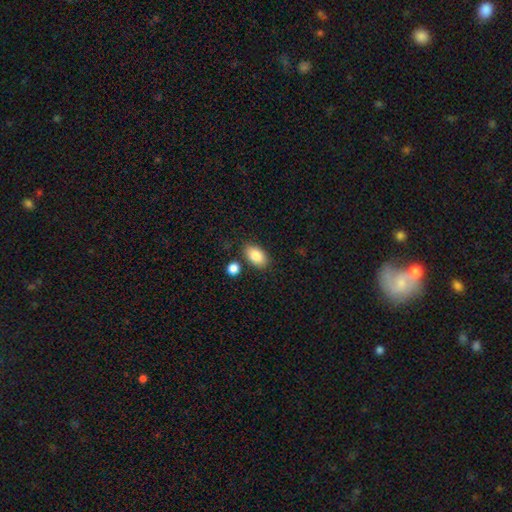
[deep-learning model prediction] The model was most divided on "merging": none: 81%, minor disturbance: 11%, merger: 6%, major disturbance: 3%. More confident: how rounded — in between (90%); smooth or featured — smooth (86%).